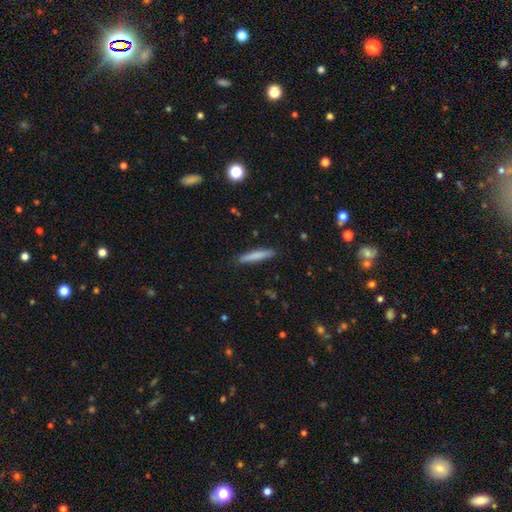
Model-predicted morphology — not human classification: Smooth or featured: smooth — 77% (featured or disk — 16%)
How rounded: cigar-shaped — 93% (in between — 5%)
Merging: none — 89% (minor disturbance — 8%)